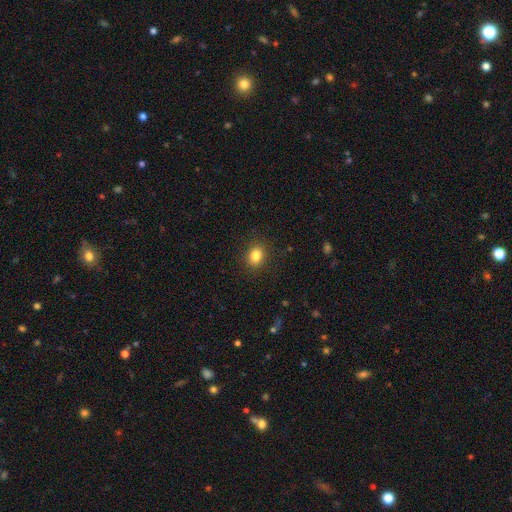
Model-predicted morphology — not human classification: A smooth galaxy with no disk features (84%) that is round (52%).

Vote fractions:
- Smooth or featured? smooth: 84% / star or artifact: 11% / featured or disk: 5%
- How rounded? round: 52% / in between: 47% / cigar-shaped: 1%
- Merging? none: 88% / minor disturbance: 8% / major disturbance: 3% / merger: 1%